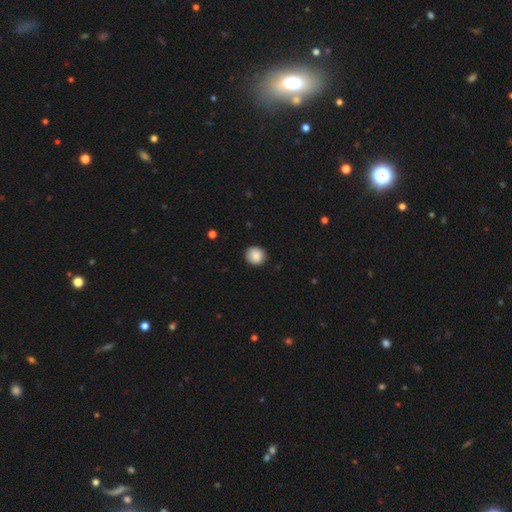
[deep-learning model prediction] A smooth galaxy with no disk features (88%) that is round (89%).

Vote fractions:
- Smooth or featured? smooth: 88% / star or artifact: 8% / featured or disk: 4%
- How rounded? round: 89% / in between: 10% / cigar-shaped: 1%
- Merging? none: 88% / minor disturbance: 9% / major disturbance: 2% / merger: 1%